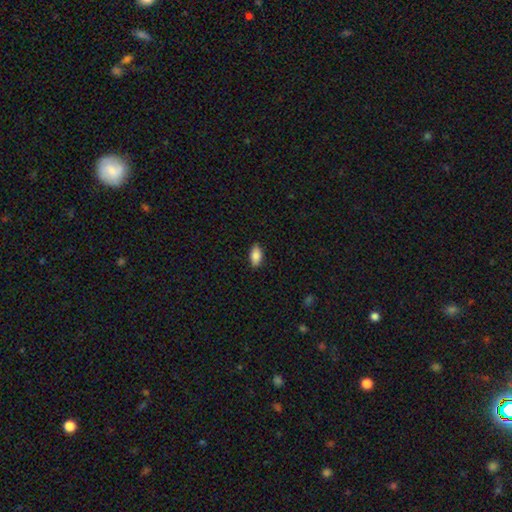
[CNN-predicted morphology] Smooth or featured?
  - smooth: 86% *
  - featured or disk: 7%
  - star or artifact: 7%
How rounded?
  - in between: 92% *
  - cigar-shaped: 5%
  - round: 3%
Merging?
  - none: 88% *
  - minor disturbance: 9%
  - major disturbance: 2%
  - merger: 1%